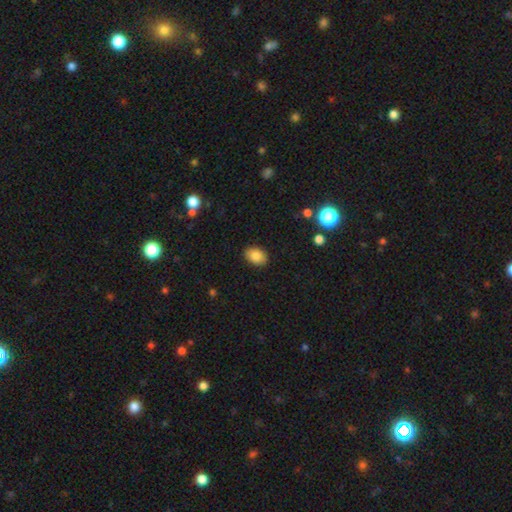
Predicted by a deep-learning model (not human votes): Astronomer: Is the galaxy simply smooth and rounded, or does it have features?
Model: smooth — 84%.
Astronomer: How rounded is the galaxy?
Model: in between — 78%.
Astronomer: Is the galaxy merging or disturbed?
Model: none — 88%.